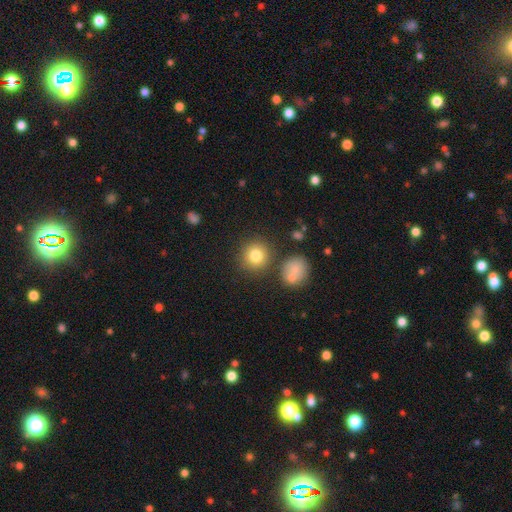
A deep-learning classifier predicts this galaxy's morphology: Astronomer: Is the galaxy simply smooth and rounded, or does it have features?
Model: smooth — 81%.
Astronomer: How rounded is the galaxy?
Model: round — 91%.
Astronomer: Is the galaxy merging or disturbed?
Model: none — 81%.